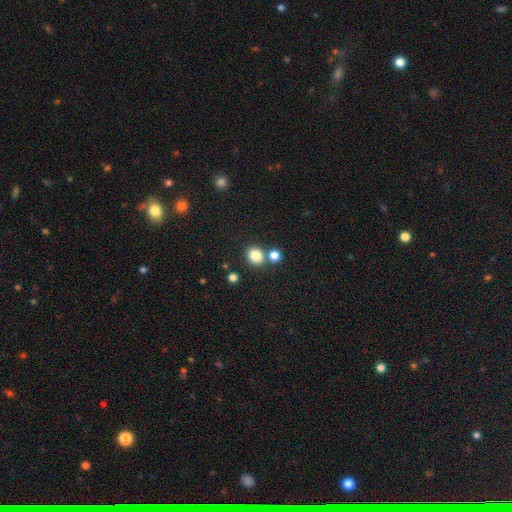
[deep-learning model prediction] Smooth or featured: smooth — 83% (star or artifact — 12%)
How rounded: round — 71% (in between — 28%)
Merging: none — 68% (merger — 20%)